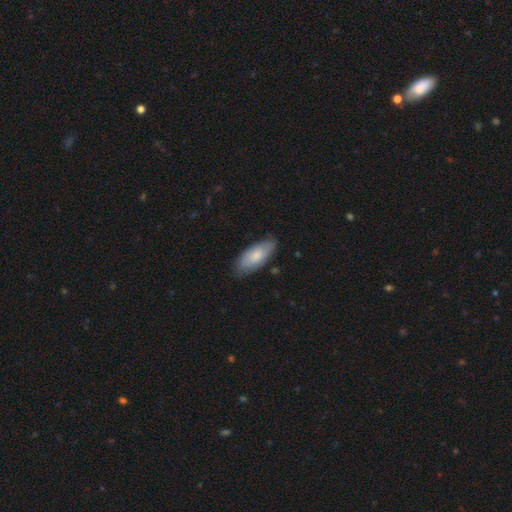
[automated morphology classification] Smooth or featured?
  - smooth: 76% *
  - featured or disk: 19%
  - star or artifact: 5%
How rounded?
  - in between: 85% *
  - cigar-shaped: 13%
  - round: 2%
Merging?
  - none: 76% *
  - minor disturbance: 19%
  - major disturbance: 3%
  - merger: 1%